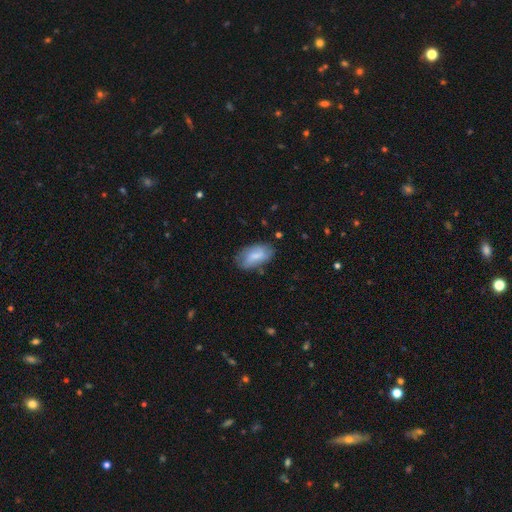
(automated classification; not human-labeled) smooth_or_featured: smooth (p=0.68) [alt: featured or disk p=0.25]
how_rounded: in between (p=0.93) [alt: round p=0.04]
merging: none (p=0.67) [alt: minor disturbance p=0.24]